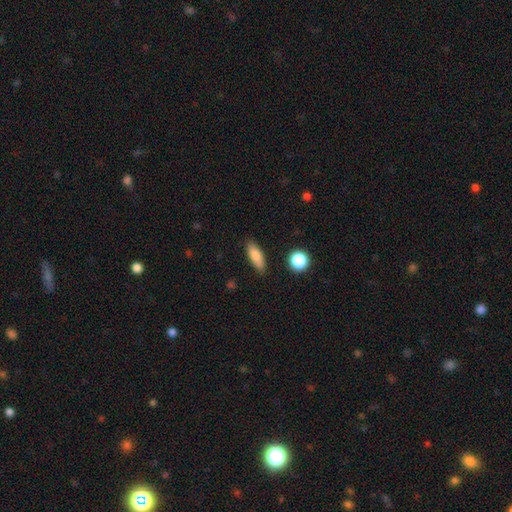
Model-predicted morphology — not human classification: A smooth galaxy with no disk features (82%) that is in between round and cigar-shaped (64%). Merging: none (83%).